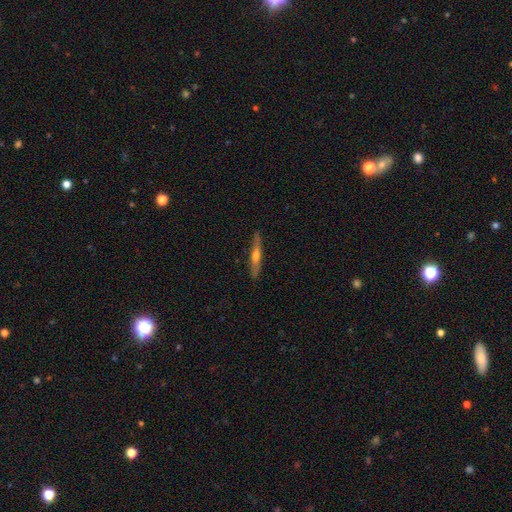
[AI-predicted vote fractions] Q: Smooth or featured?
A: featured or disk (60%); runner-up: smooth (34%)
Q: Edge-on disk?
A: yes (94%); runner-up: no (6%)
Q: Edge-on bulge?
A: rounded (87%); runner-up: none (10%)
Q: Merging?
A: none (89%); runner-up: minor disturbance (9%)